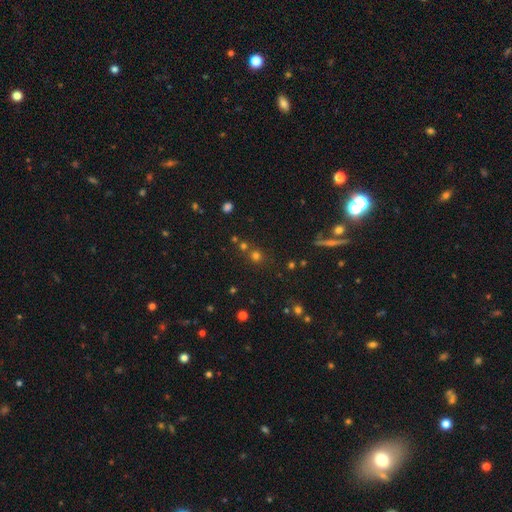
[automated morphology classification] This appears to be a smooth galaxy with no disk features (64%) that is round (90%). Merging: none (71%).